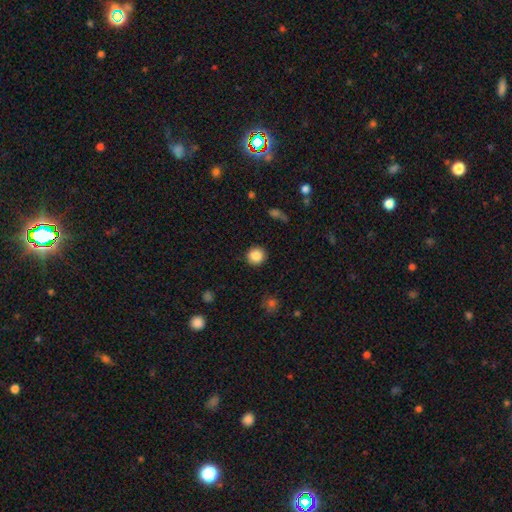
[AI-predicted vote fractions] A smooth galaxy with no disk features (86%) that is round (93%).

Vote fractions:
- Smooth or featured? smooth: 86% / star or artifact: 9% / featured or disk: 5%
- How rounded? round: 93% / in between: 6% / cigar-shaped: 1%
- Merging? none: 91% / minor disturbance: 6% / major disturbance: 2% / merger: 1%